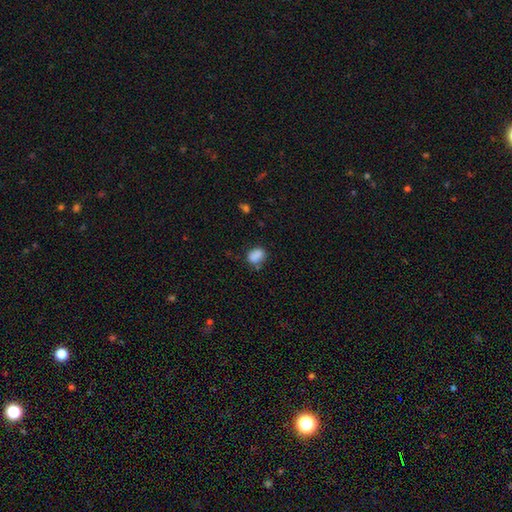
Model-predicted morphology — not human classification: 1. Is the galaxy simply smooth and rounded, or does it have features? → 85% smooth, 10% star or artifact, 5% featured or disk.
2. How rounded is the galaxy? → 66% in between, 32% round, 1% cigar-shaped.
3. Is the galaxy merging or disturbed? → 66% none, 20% minor disturbance, 9% merger, 6% major disturbance.